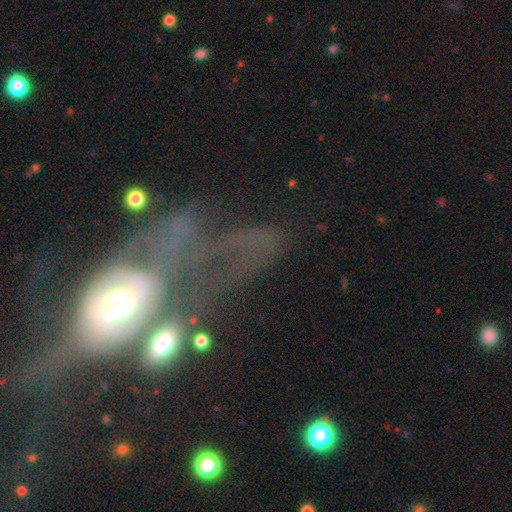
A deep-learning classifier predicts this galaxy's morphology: Smooth or featured: featured or disk — 57% (smooth — 28%)
Edge-on disk: no — 88% (yes — 12%)
Bar: no — 76% (weak — 16%)
Spiral arms: no — 62% (yes — 38%)
Bulge size: moderate — 57% (small — 18%)
Merging: major disturbance — 39% (merger — 30%)